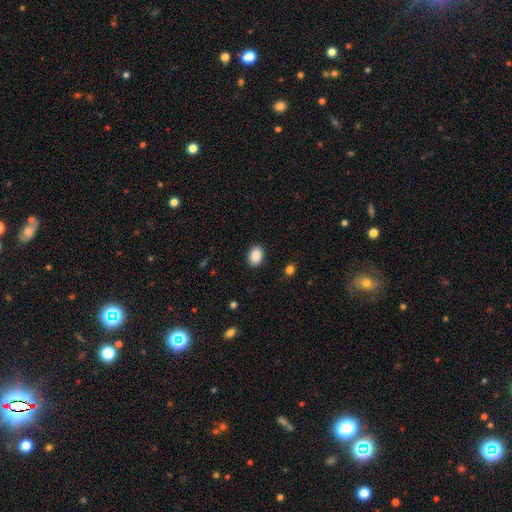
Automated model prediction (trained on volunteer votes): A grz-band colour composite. It shows a smooth galaxy with no disk features (90%) that is in between round and cigar-shaped (75%). Merging: none (89%).